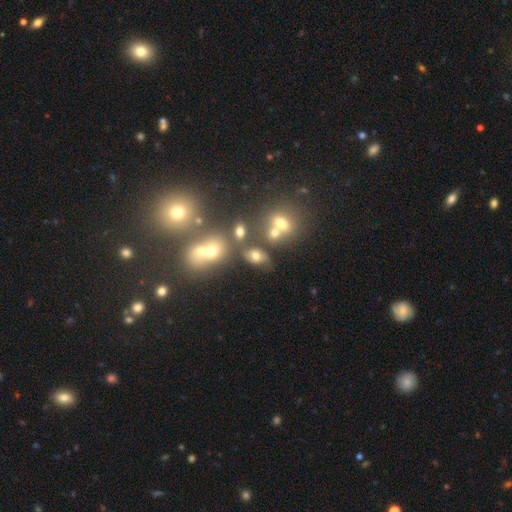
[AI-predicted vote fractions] This appears to be a smooth galaxy with no disk features (63%) that is in between round and cigar-shaped (75%). Merging: none (56%).